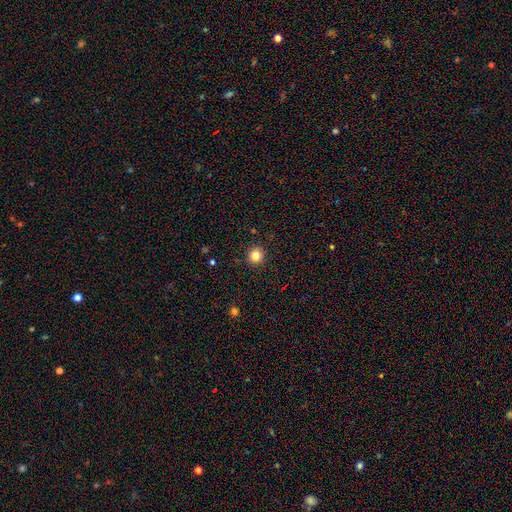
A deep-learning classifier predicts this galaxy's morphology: The model was most divided on "smooth or featured": smooth: 83%, star or artifact: 12%, featured or disk: 5%. More confident: how rounded — round (93%); merging — none (92%).